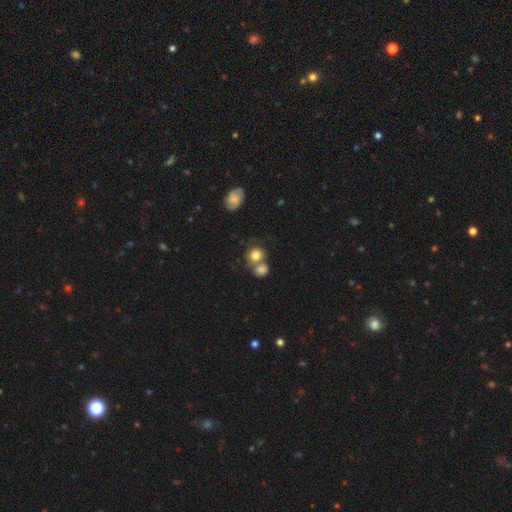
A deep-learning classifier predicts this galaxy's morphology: type=smooth (77%); roundness=round (78%); merging=merger (48%).